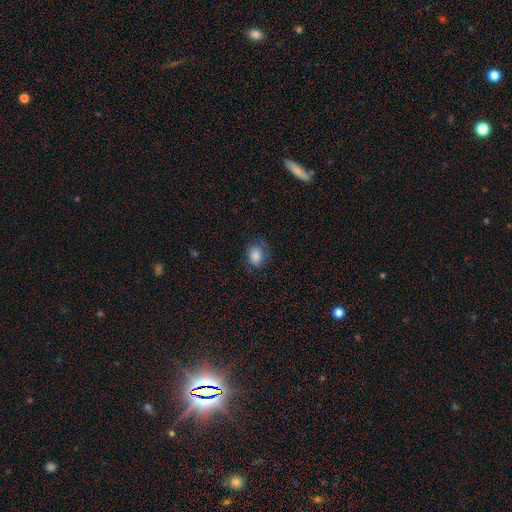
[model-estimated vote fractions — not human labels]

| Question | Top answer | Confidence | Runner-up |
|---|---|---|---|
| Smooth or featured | smooth | 80% | featured or disk (11%) |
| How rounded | in between | 56% | round (43%) |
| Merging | none | 71% | minor disturbance (20%) |